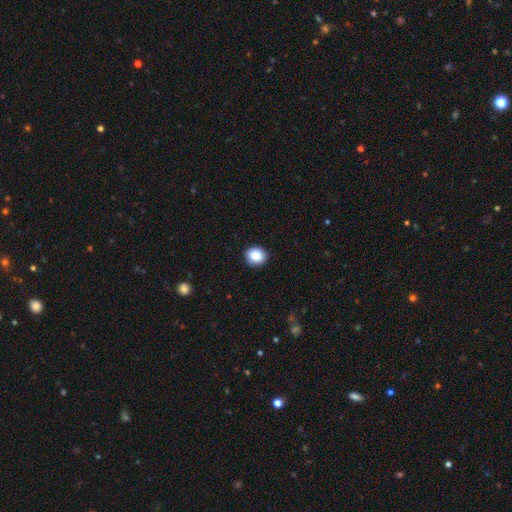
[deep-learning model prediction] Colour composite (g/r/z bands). It shows a smooth galaxy with no disk features (89%) that is round (77%). Merging: none (90%).